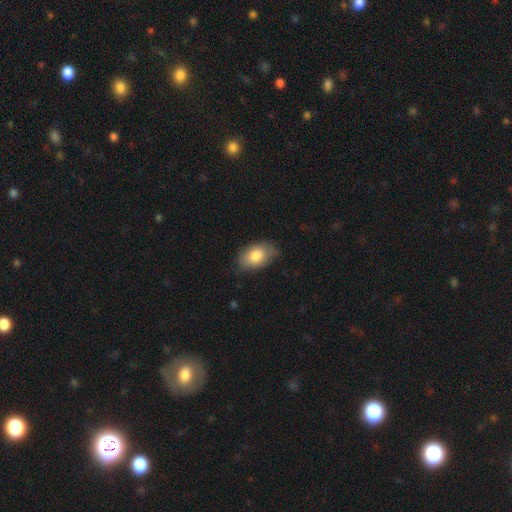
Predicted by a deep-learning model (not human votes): smooth 83%, featured or disk 11%, star or artifact 6%. Down the decision tree: how rounded — in between (91%); merging — none (75%).